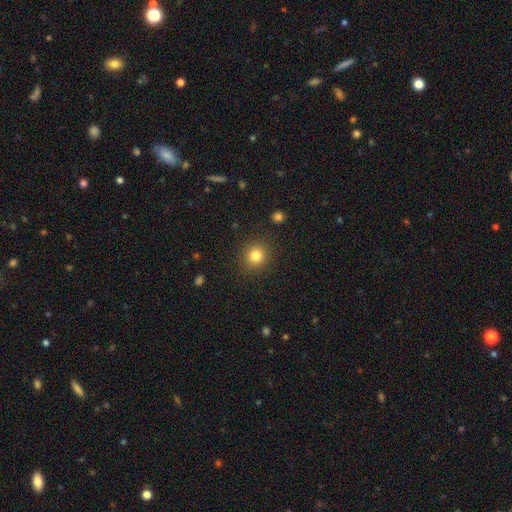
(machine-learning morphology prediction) The model was most divided on "smooth or featured": smooth: 82%, star or artifact: 12%, featured or disk: 6%. More confident: merging — none (89%); how rounded — round (89%).